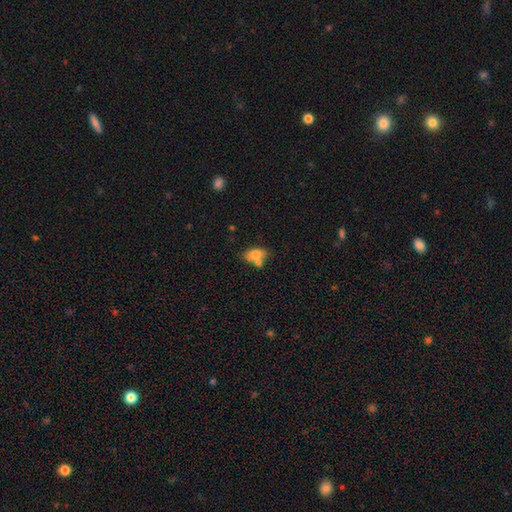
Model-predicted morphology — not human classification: smooth_or_featured: smooth (p=0.78) [alt: featured or disk p=0.13]
how_rounded: in between (p=0.86) [alt: round p=0.11]
merging: none (p=0.43) [alt: merger p=0.34]